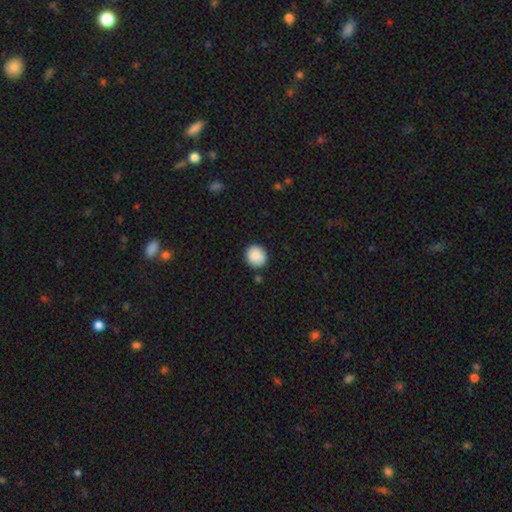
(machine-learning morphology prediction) Q: Smooth or featured?
A: smooth (89%); runner-up: star or artifact (8%)
Q: How rounded?
A: round (78%); runner-up: in between (21%)
Q: Merging?
A: none (86%); runner-up: minor disturbance (9%)